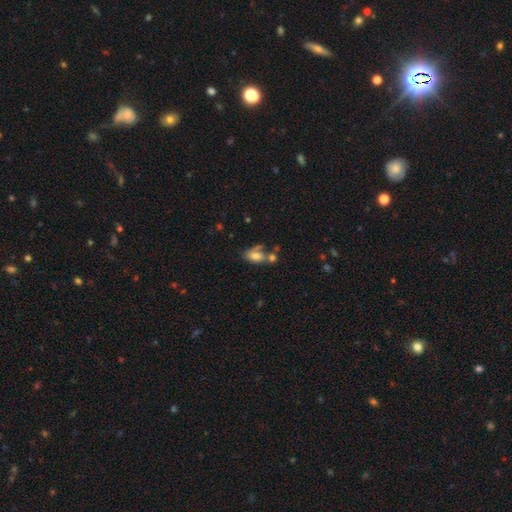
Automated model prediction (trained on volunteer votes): smooth_or_featured: smooth (p=0.73) [alt: featured or disk p=0.17]
how_rounded: in between (p=0.88) [alt: round p=0.08]
merging: merger (p=0.38) [alt: none p=0.34]